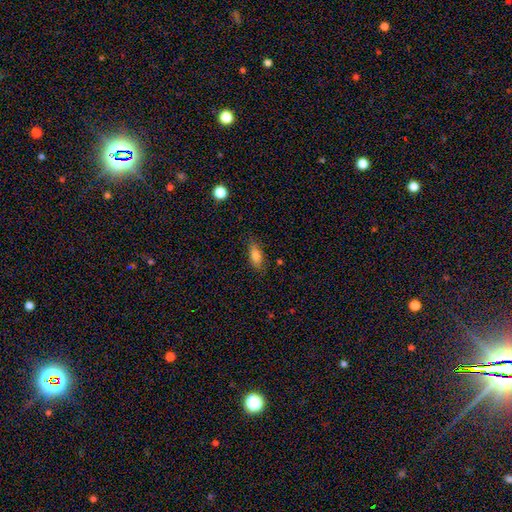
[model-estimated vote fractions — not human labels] smooth 79%, featured or disk 12%, star or artifact 9%. Down the decision tree: how rounded — in between (81%); merging — none (76%).